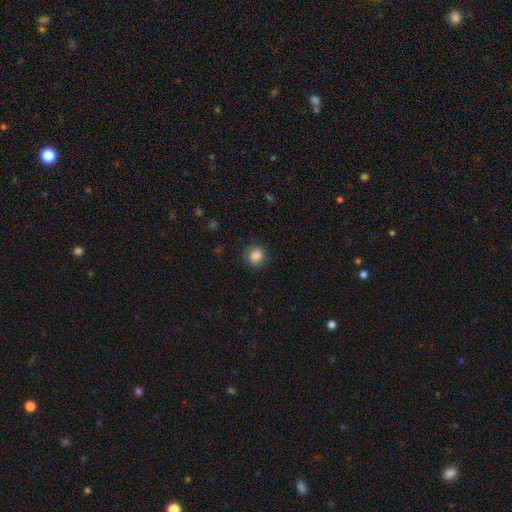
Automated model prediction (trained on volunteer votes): Smooth or featured: smooth — 85% (star or artifact — 10%)
How rounded: round — 81% (in between — 18%)
Merging: none — 83% (minor disturbance — 12%)